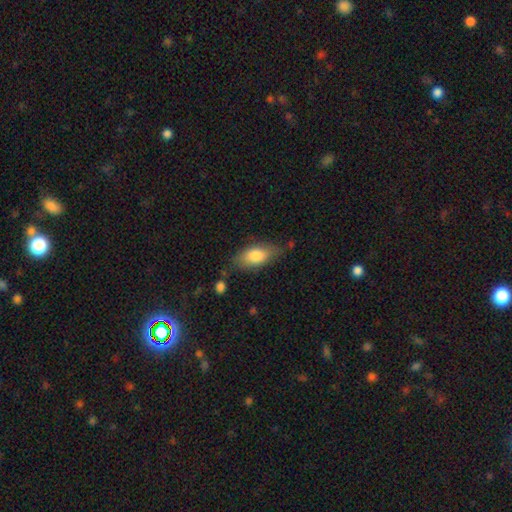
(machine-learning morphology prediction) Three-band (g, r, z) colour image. It shows a smooth galaxy with no disk features (79%) that is in between round and cigar-shaped (86%). Merging: none (71%).